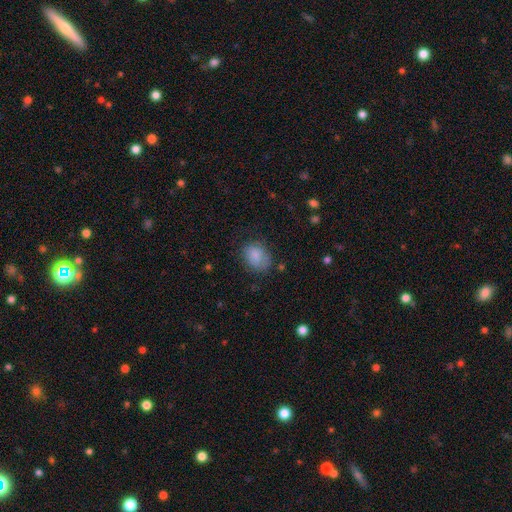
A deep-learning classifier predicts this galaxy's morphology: smooth-or-featured: smooth: 82% | featured or disk: 10% | star or artifact: 8%
  how-rounded: in between: 55% | round: 44% | cigar-shaped: 1%
  merging: none: 68% | minor disturbance: 22% | major disturbance: 8% | merger: 2%